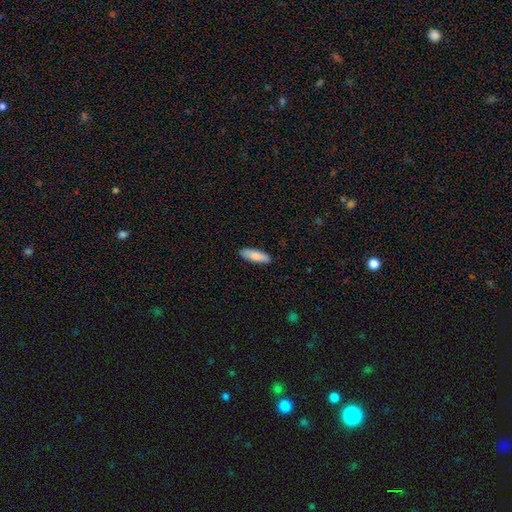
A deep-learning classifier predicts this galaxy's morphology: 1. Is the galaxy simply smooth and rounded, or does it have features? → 84% smooth, 11% featured or disk, 6% star or artifact.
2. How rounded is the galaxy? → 54% in between, 44% cigar-shaped, 2% round.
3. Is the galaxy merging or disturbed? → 89% none, 8% minor disturbance, 2% major disturbance, 1% merger.